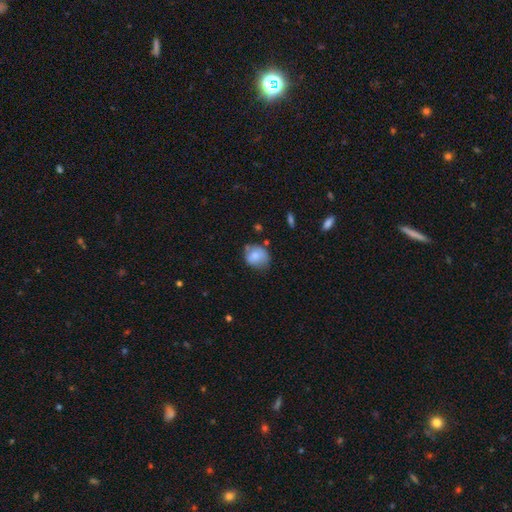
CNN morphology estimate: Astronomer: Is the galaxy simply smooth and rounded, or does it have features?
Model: smooth — 77%.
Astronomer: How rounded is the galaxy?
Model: round — 66%.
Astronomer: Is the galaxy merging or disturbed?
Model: none — 58%.